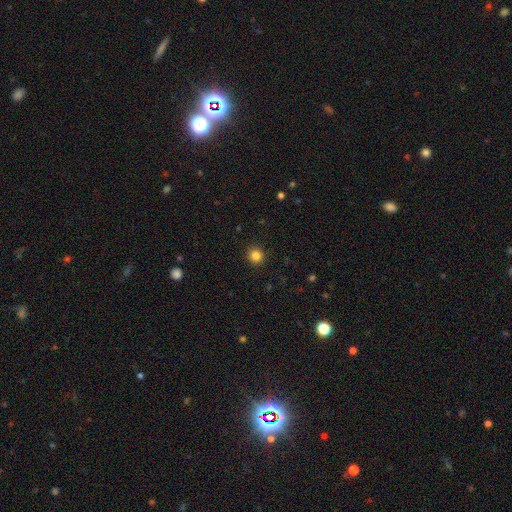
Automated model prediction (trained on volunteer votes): A smooth galaxy with no disk features (84%) that is round (93%).

Vote fractions:
- Smooth or featured? smooth: 84% / star or artifact: 12% / featured or disk: 4%
- How rounded? round: 93% / in between: 6% / cigar-shaped: 1%
- Merging? none: 93% / minor disturbance: 5% / major disturbance: 2% / merger: 1%